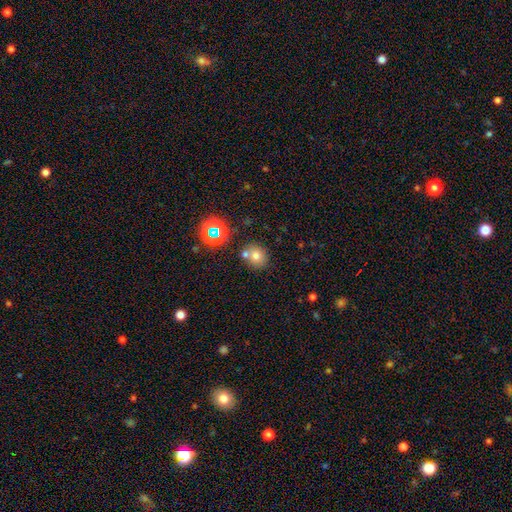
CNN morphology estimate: This is likely a smooth galaxy (71%). How rounded: likely round (78%). Merging: likely none (63%).